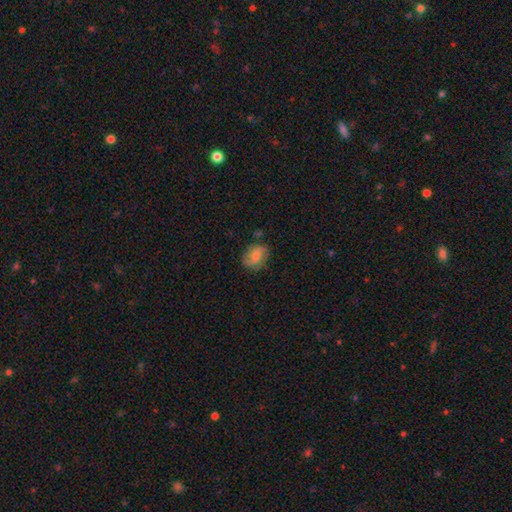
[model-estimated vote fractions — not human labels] smooth 56%, featured or disk 36%, star or artifact 8%. Down the decision tree: how rounded — in between (60%); merging — none (66%).